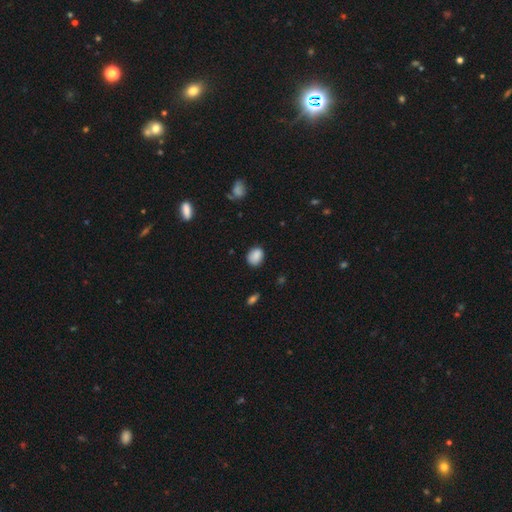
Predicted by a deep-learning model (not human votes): A smooth galaxy with no disk features (87%) that is in between round and cigar-shaped (50%). Merging: none (79%).